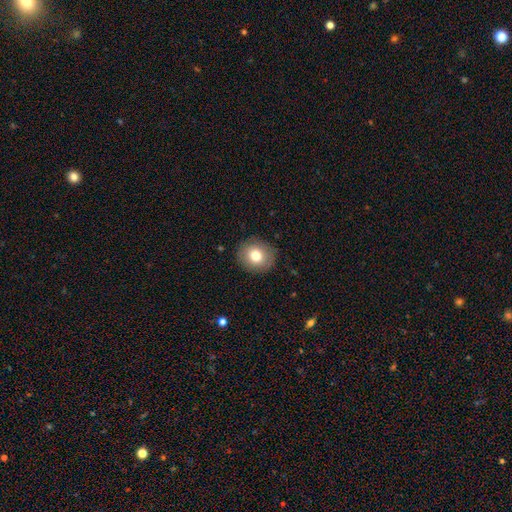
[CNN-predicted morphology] Overall: smooth (77%). How rounded: round (80%). Merging: none (89%).